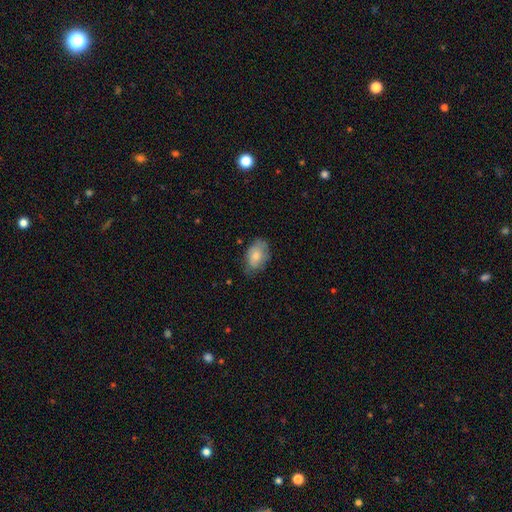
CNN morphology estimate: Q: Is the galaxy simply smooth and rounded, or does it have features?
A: smooth — 74%.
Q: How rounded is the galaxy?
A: in between — 87%.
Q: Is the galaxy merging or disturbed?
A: none — 62%.